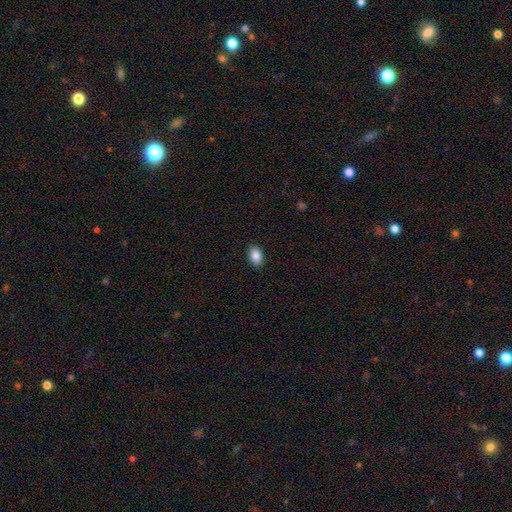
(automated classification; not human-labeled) Smooth or featured?
  - smooth: 87% *
  - star or artifact: 8%
  - featured or disk: 5%
How rounded?
  - in between: 89% *
  - round: 10%
  - cigar-shaped: 2%
Merging?
  - none: 89% *
  - minor disturbance: 8%
  - major disturbance: 2%
  - merger: 1%